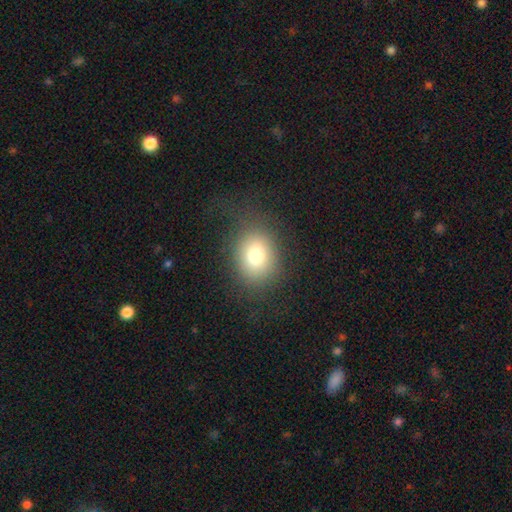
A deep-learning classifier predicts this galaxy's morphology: This appears to be a smooth galaxy with no disk features (77%) that is round (55%). Merging: none (74%).